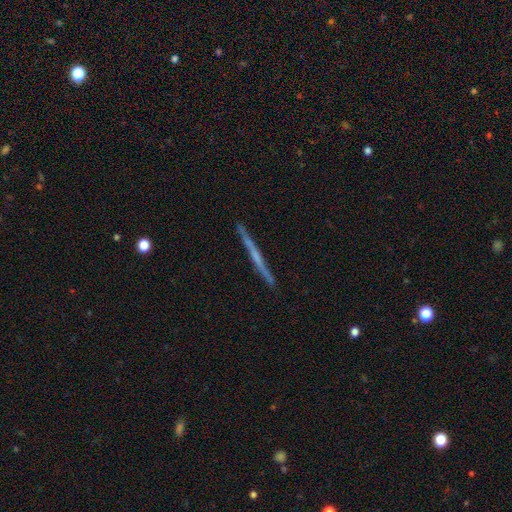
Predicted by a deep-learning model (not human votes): Smooth or featured? featured or disk (65%)
Edge-on disk? yes (98%)
Edge-on bulge? none (73%)
Merging? none (91%)